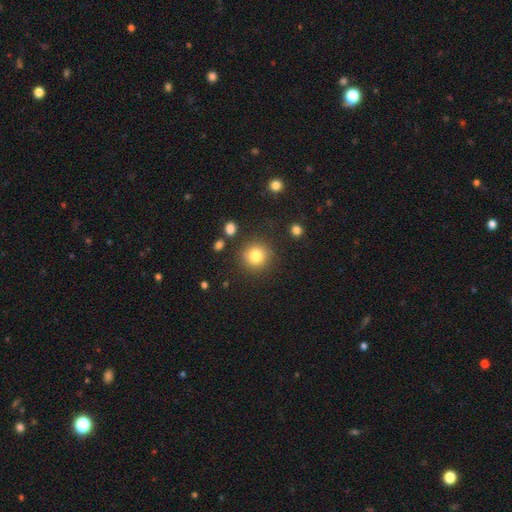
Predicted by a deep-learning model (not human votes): Q: Smooth or featured?
A: smooth (82%); runner-up: star or artifact (11%)
Q: How rounded?
A: round (92%); runner-up: in between (7%)
Q: Merging?
A: none (85%); runner-up: minor disturbance (8%)